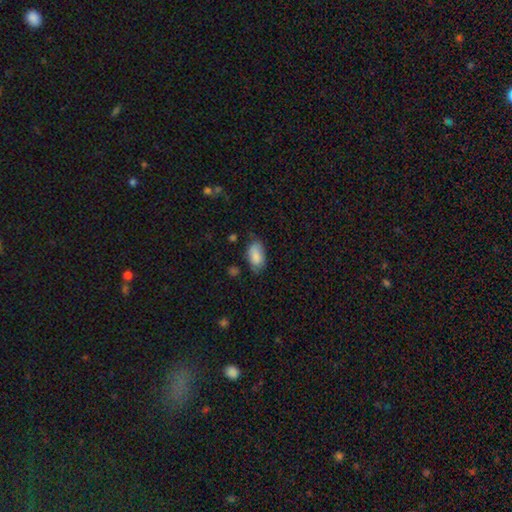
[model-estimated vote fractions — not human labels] This is clearly a smooth galaxy (85%). How rounded: clearly in between (93%). Merging: likely none (65%).